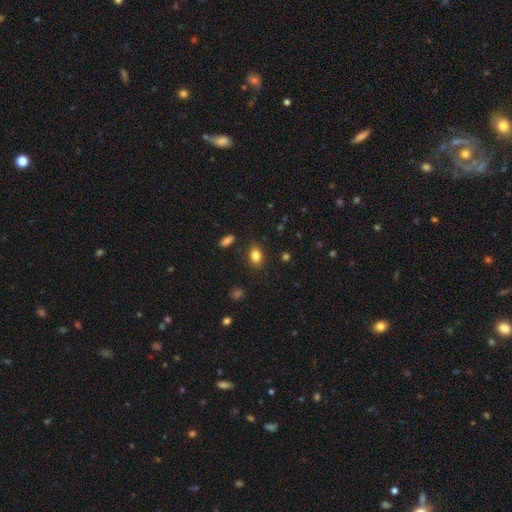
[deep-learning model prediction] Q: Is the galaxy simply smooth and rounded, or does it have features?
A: smooth — 83%.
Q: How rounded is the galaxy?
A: in between — 75%.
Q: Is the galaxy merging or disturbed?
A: none — 85%.